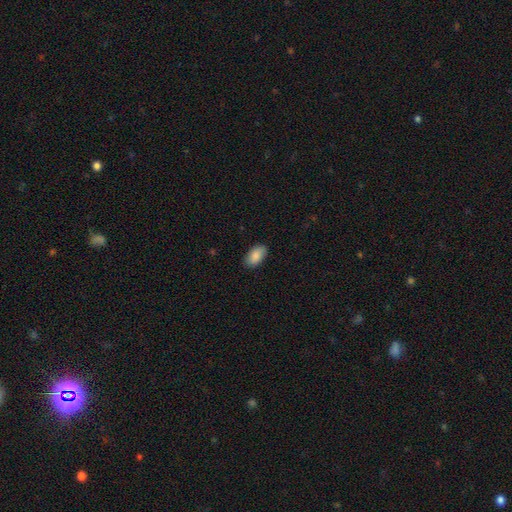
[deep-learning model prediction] Smooth or featured: smooth — 87% (featured or disk — 7%)
How rounded: in between — 94% (round — 4%)
Merging: none — 87% (minor disturbance — 10%)